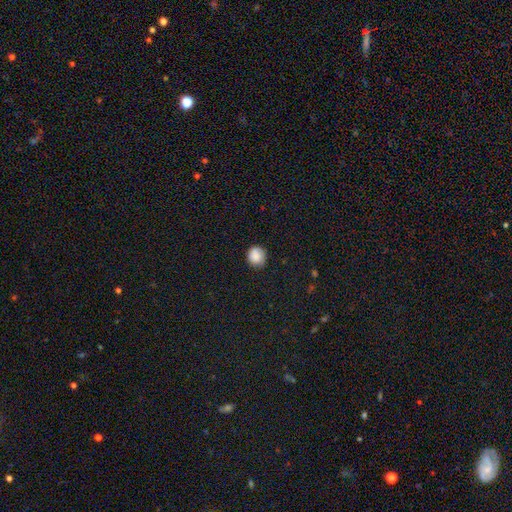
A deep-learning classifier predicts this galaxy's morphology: Smooth or featured? smooth (88%)
How rounded? round (86%)
Merging? none (82%)